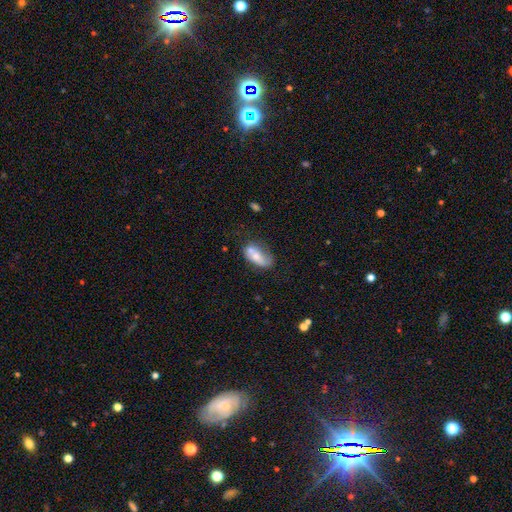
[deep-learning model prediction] Smooth or featured?
  - smooth: 53% *
  - featured or disk: 39%
  - star or artifact: 8%
How rounded?
  - in between: 83% *
  - cigar-shaped: 12%
  - round: 5%
Merging?
  - none: 39% *
  - merger: 25%
  - minor disturbance: 24%
  - major disturbance: 12%